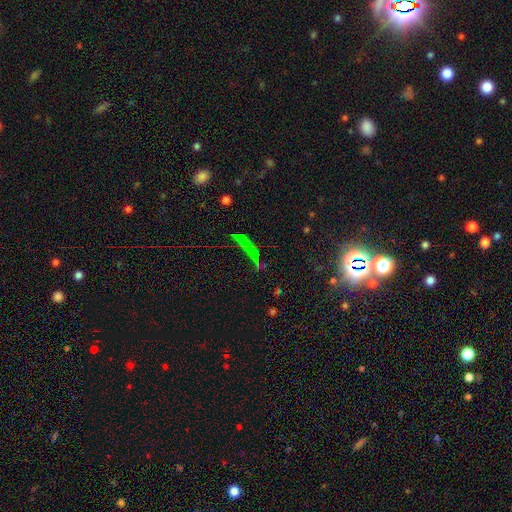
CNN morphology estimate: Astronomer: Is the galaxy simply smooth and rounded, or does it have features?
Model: star or artifact — 64%.